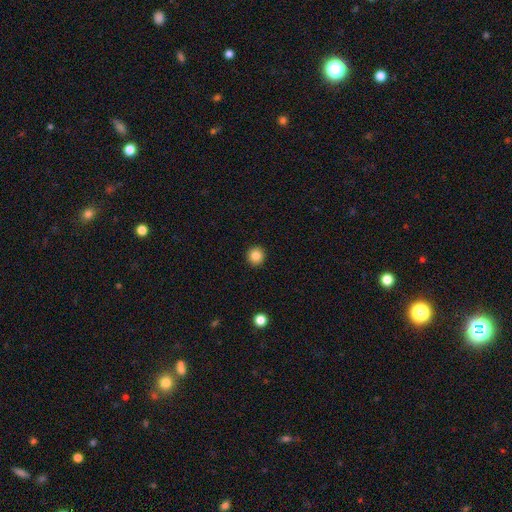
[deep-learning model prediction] smooth_or_featured: smooth (p=0.85) [alt: star or artifact p=0.10]
how_rounded: round (p=0.95) [alt: in between p=0.04]
merging: none (p=0.93) [alt: minor disturbance p=0.04]